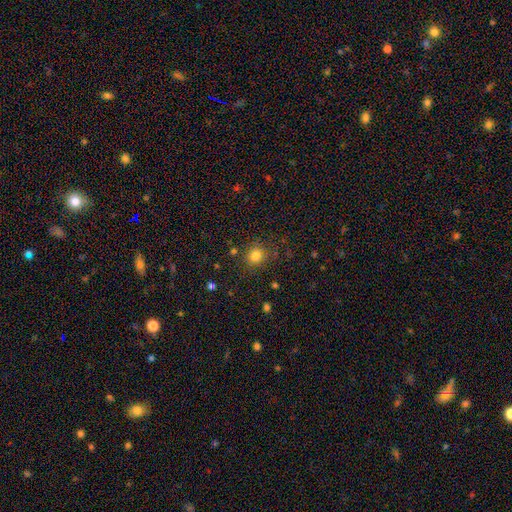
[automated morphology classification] Smooth or featured? smooth (81%)
How rounded? round (86%)
Merging? none (84%)